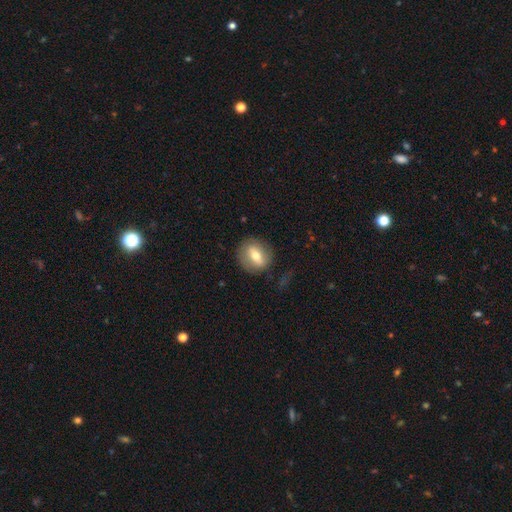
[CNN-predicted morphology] A smooth galaxy with no disk features (55%) that is round (63%).

Vote fractions:
- Smooth or featured? smooth: 55% / featured or disk: 37% / star or artifact: 8%
- How rounded? round: 63% / in between: 35% / cigar-shaped: 3%
- Merging? none: 79% / minor disturbance: 13% / major disturbance: 6% / merger: 1%